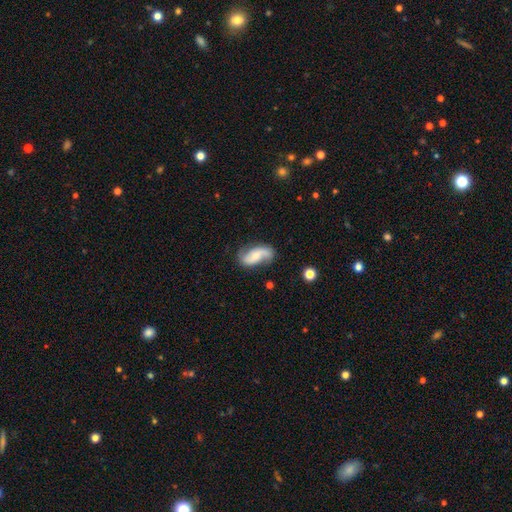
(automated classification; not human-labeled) The model was most divided on "bulge size": small: 52%, moderate: 38%, none: 5%, large: 3%, dominant: 1%. More confident: edge-on disk — no (96%); spiral arms — yes (94%); spiral arm count — 2 (90%); smooth or featured — featured or disk (73%); merging — none (72%); spiral winding — loose (62%); bar — no (57%).